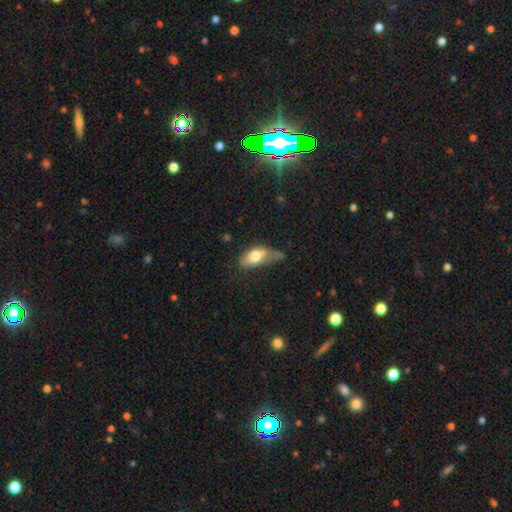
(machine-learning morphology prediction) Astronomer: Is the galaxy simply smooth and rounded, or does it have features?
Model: smooth — 68%.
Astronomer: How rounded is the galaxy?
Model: in between — 83%.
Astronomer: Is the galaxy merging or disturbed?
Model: minor disturbance — 28% (runner-up: major disturbance, 25%).